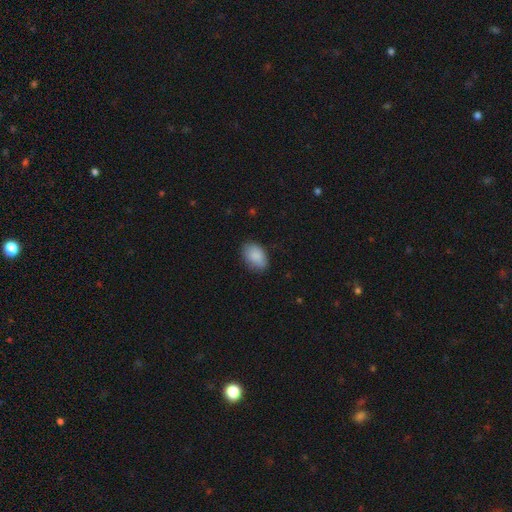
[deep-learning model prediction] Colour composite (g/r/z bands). It shows a smooth galaxy with no disk features (88%) that is in between round and cigar-shaped (90%). Merging: none (79%).